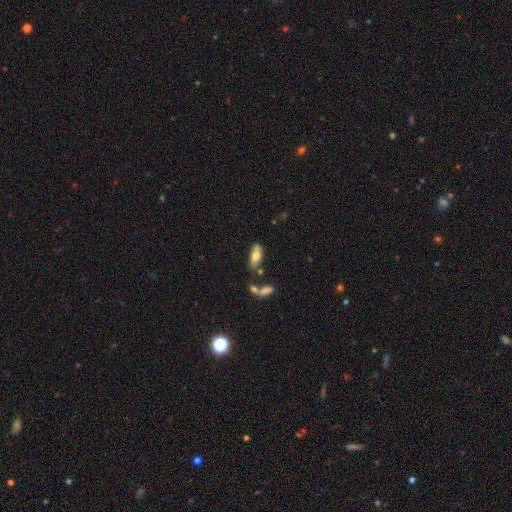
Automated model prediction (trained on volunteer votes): Overall: smooth (65%; featured or disk 28%). How rounded: in between (78%). Merging: none (63%).